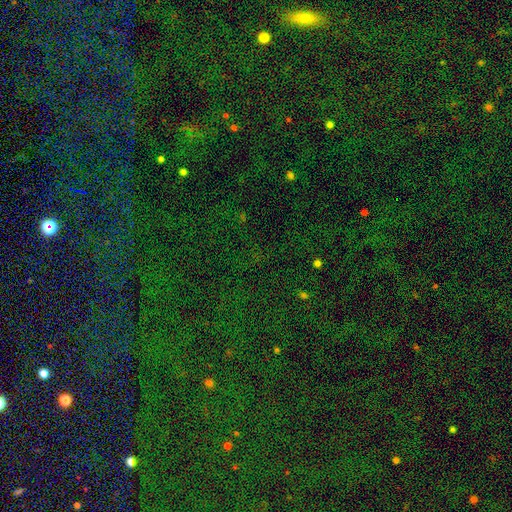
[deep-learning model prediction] Smooth or featured? star or artifact (80%)